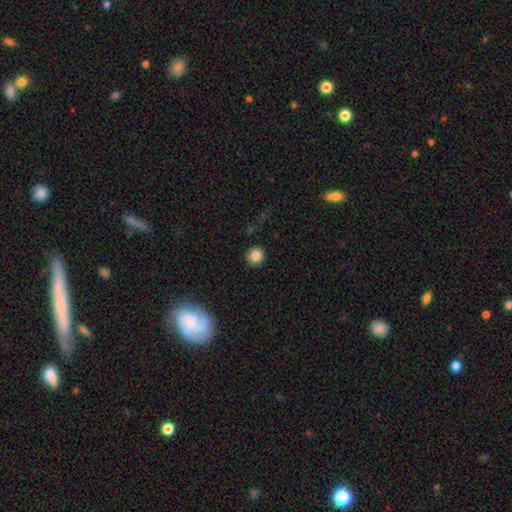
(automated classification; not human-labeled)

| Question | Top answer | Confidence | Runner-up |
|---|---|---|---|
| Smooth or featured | smooth | 84% | star or artifact (10%) |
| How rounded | round | 94% | in between (5%) |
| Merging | none | 91% | minor disturbance (5%) |